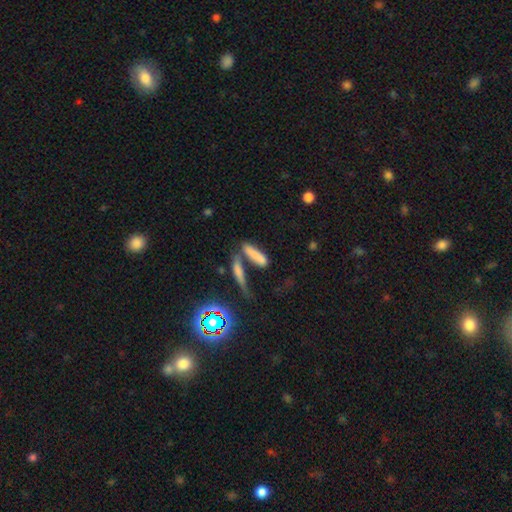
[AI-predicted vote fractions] Overall: smooth (72%). How rounded: cigar-shaped (70%). Merging: merger (41%; none 38%).